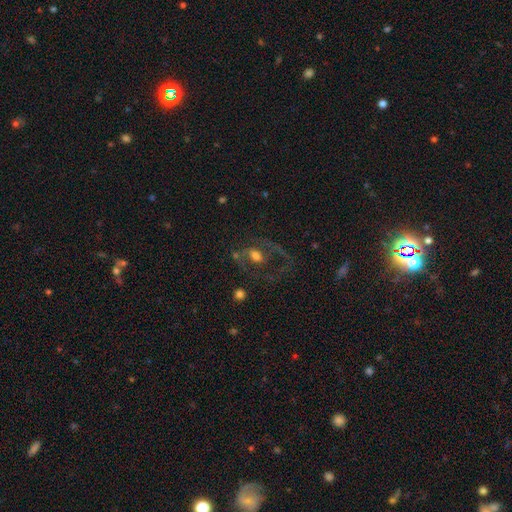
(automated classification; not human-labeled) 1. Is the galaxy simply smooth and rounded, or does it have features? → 54% featured or disk, 33% smooth, 12% star or artifact.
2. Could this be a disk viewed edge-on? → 95% no, 5% yes.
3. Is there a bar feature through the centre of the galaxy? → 59% no, 30% weak, 11% strong.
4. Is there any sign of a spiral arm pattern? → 55% yes, 45% no.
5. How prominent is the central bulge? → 58% moderate, 20% large, 15% small, 4% none, 3% dominant.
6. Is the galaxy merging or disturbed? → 47% none, 31% major disturbance, 17% minor disturbance, 5% merger.